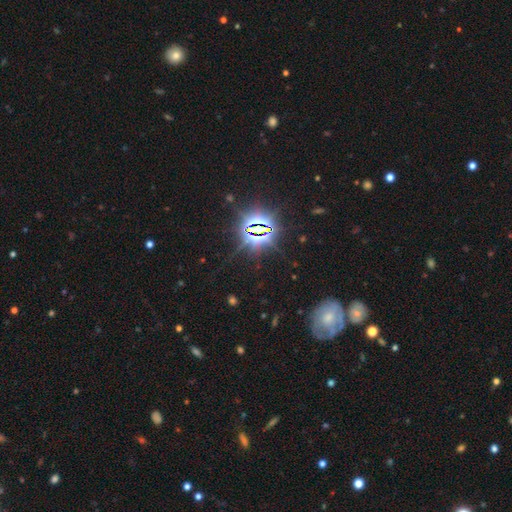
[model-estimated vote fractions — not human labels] smooth-or-featured: star or artifact: 77% | featured or disk: 12% | smooth: 11%